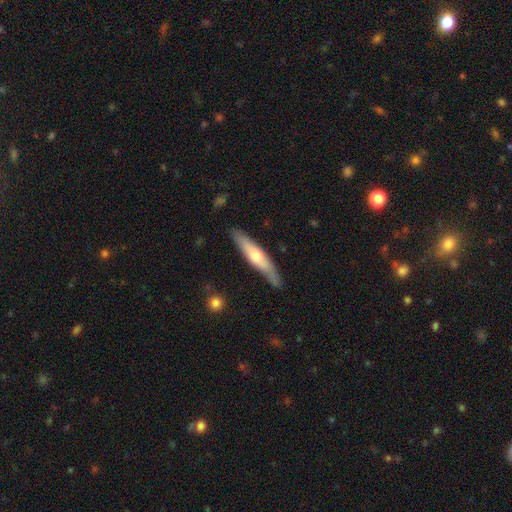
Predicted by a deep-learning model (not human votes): Overall: featured or disk (48%; smooth 47%). Merging: none (82%).